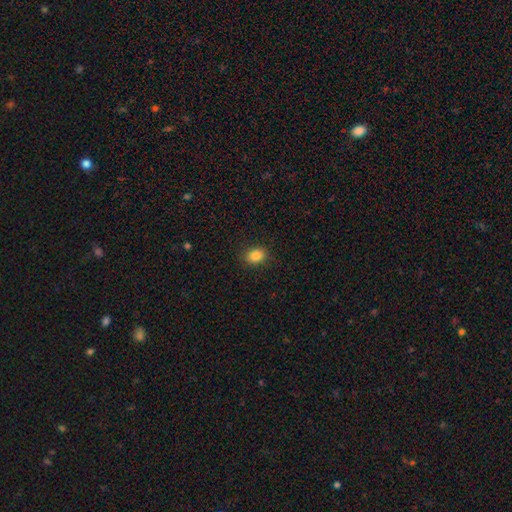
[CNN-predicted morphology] Smooth or featured? Predicted: smooth (p=0.85). How rounded? Predicted: in between (p=0.63). Merging? Predicted: none (p=0.88).